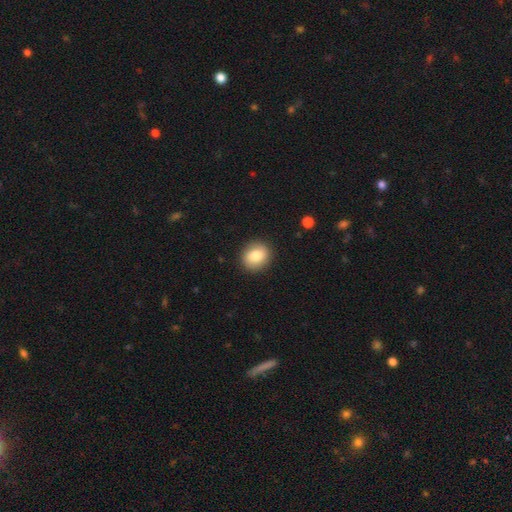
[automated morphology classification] Q: Smooth or featured?
A: smooth (81%); runner-up: featured or disk (11%)
Q: How rounded?
A: round (70%); runner-up: in between (29%)
Q: Merging?
A: none (90%); runner-up: minor disturbance (7%)